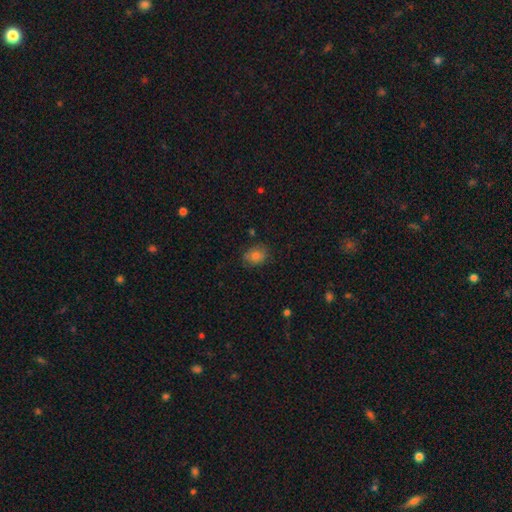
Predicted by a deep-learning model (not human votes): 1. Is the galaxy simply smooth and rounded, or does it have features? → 78% smooth, 12% star or artifact, 9% featured or disk.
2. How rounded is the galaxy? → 53% in between, 46% round, 1% cigar-shaped.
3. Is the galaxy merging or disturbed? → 79% none, 16% minor disturbance, 3% major disturbance, 2% merger.